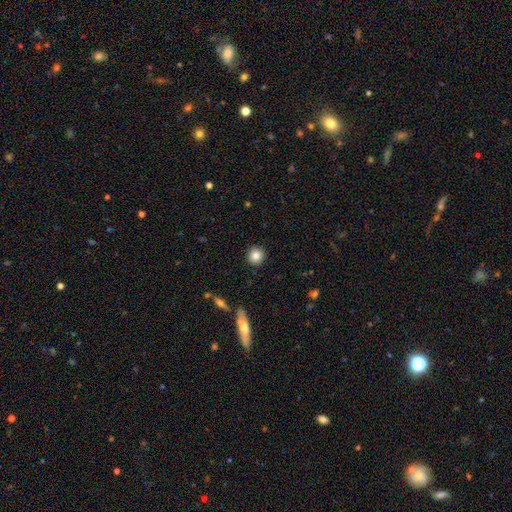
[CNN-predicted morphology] smooth-or-featured: smooth: 84% | star or artifact: 9% | featured or disk: 7%
  how-rounded: round: 92% | in between: 7% | cigar-shaped: 1%
  merging: none: 92% | minor disturbance: 5% | major disturbance: 2% | merger: 1%